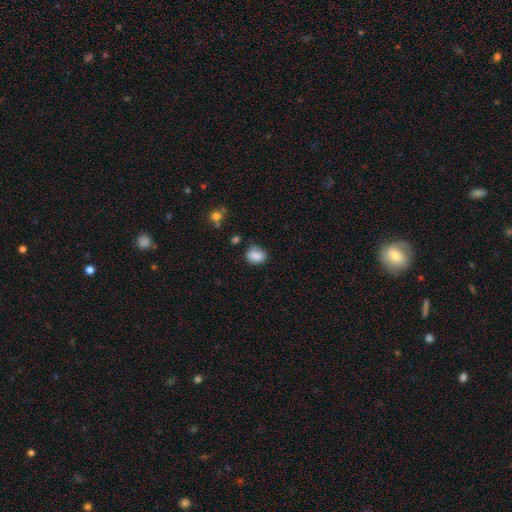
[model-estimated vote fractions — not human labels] This is clearly a smooth galaxy (83%). How rounded: possibly in between (53%). Merging: likely none (63%).